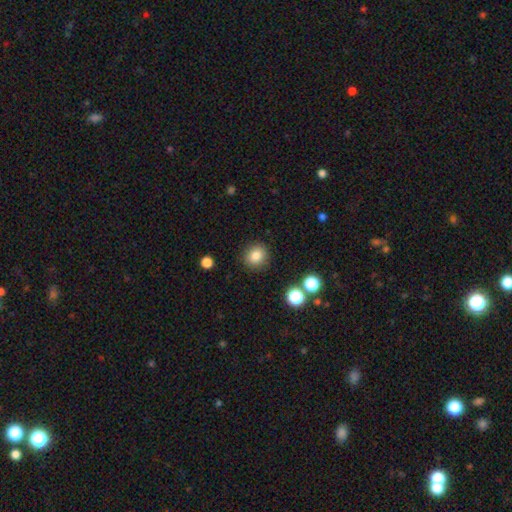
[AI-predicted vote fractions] A smooth galaxy with no disk features (83%) that is round (87%).

Vote fractions:
- Smooth or featured? smooth: 83% / star or artifact: 11% / featured or disk: 6%
- How rounded? round: 87% / in between: 12% / cigar-shaped: 1%
- Merging? none: 89% / minor disturbance: 7% / major disturbance: 2% / merger: 2%